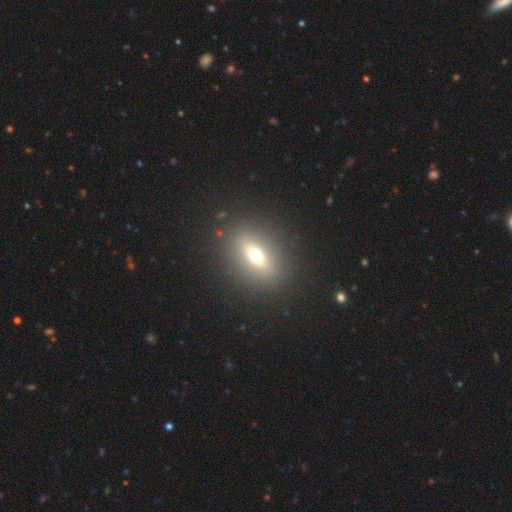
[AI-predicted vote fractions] The model was most divided on "how rounded": in between: 58%, round: 33%, cigar-shaped: 9%. More confident: merging — none (86%); smooth or featured — smooth (58%).